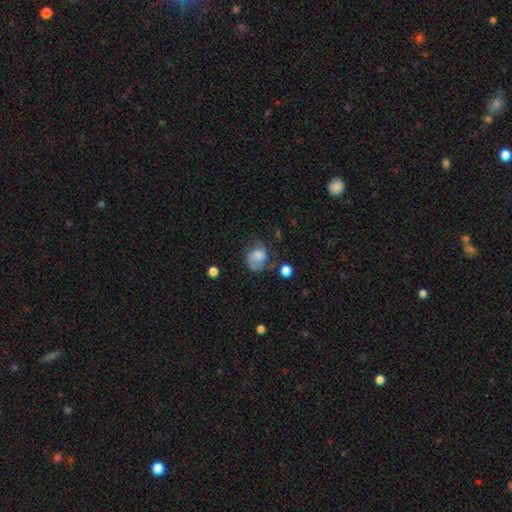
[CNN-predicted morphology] Smooth or featured: smooth — 54% (featured or disk — 37%)
How rounded: round — 57% (in between — 42%)
Merging: none — 42% (minor disturbance — 28%)